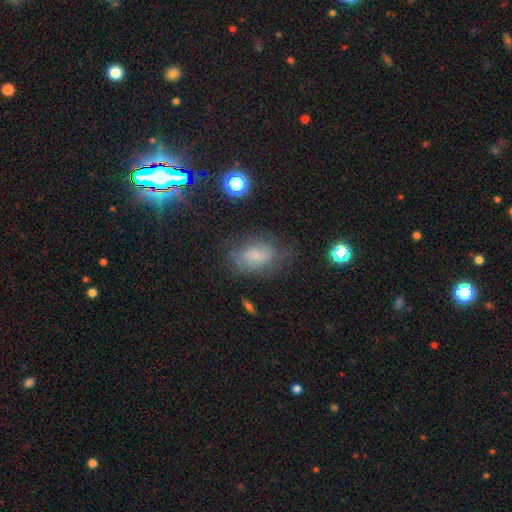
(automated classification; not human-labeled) smooth_or_featured: smooth (p=0.52) [alt: featured or disk p=0.32]
how_rounded: in between (p=0.81) [alt: round p=0.17]
merging: none (p=0.57) [alt: minor disturbance p=0.26]